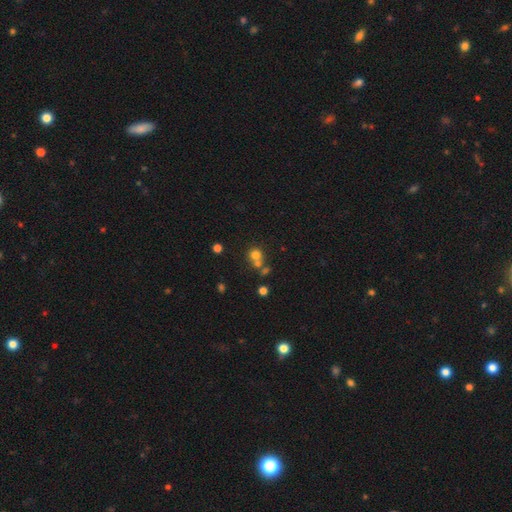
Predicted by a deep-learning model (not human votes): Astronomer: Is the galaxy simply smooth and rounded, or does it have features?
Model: smooth — 72%.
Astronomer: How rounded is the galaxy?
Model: round — 86%.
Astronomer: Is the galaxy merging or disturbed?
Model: none — 48% (runner-up: merger, 40%).